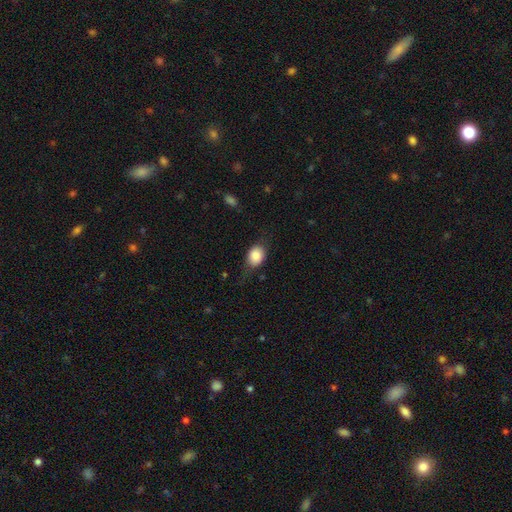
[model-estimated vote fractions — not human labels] Smooth or featured? smooth (81%)
How rounded? in between (59%)
Merging? none (60%)